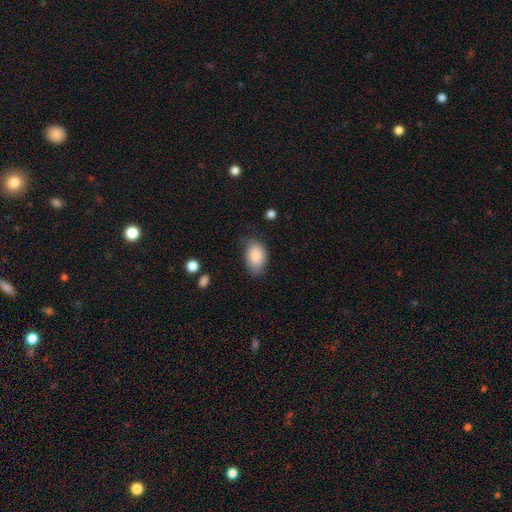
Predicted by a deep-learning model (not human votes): The model was most divided on "merging": none: 67%, minor disturbance: 26%, major disturbance: 6%, merger: 2%. More confident: how rounded — in between (89%); smooth or featured — smooth (87%).